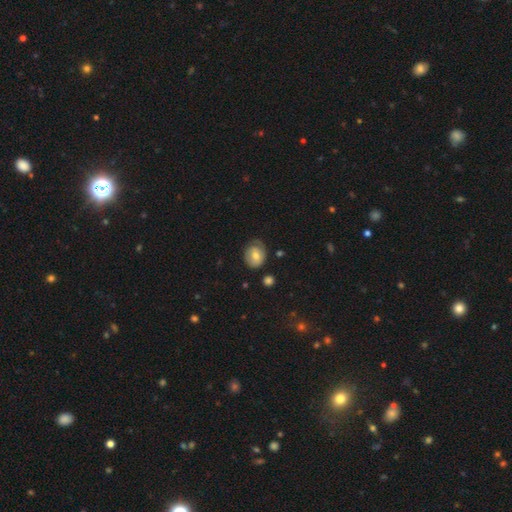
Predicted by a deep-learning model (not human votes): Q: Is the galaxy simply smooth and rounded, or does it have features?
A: smooth — 59%.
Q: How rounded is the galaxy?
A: round — 51%.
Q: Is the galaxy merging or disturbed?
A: none — 61%.